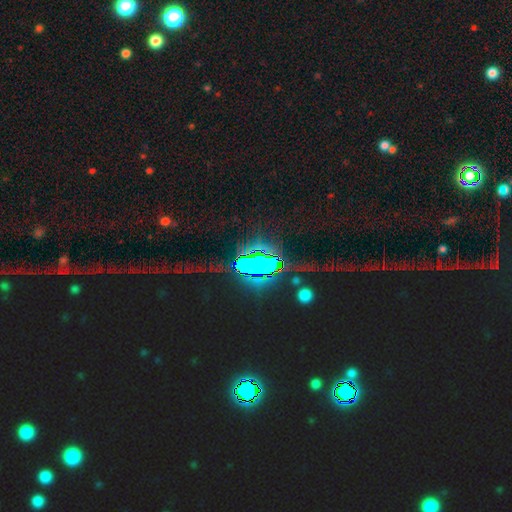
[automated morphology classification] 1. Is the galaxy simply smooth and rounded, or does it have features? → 79% star or artifact, 12% featured or disk, 9% smooth.